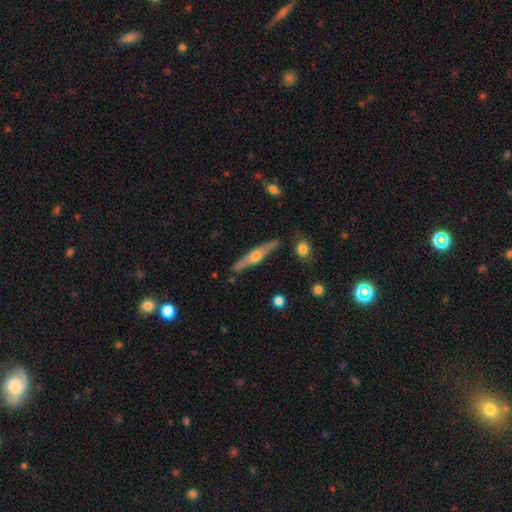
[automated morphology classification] A featured or disk galaxy (69%) viewed edge-on (95%) with a rounded central bulge (88%).

Vote fractions:
- Smooth or featured? featured or disk: 69% / smooth: 24% / star or artifact: 7%
- Edge-on disk? yes: 95% / no: 5%
- Edge-on bulge? rounded: 88% / none: 6% / boxy: 5%
- Merging? none: 86% / minor disturbance: 9% / merger: 2% / major disturbance: 2%